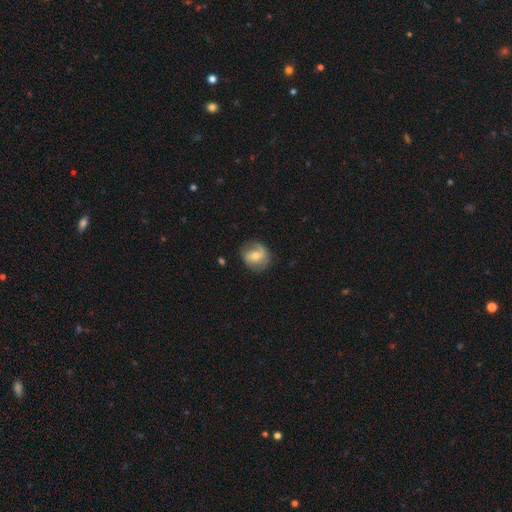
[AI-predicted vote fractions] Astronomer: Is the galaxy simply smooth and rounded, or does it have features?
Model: smooth — 47% (runner-up: featured or disk, 46%).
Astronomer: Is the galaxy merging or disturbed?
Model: none — 70%.